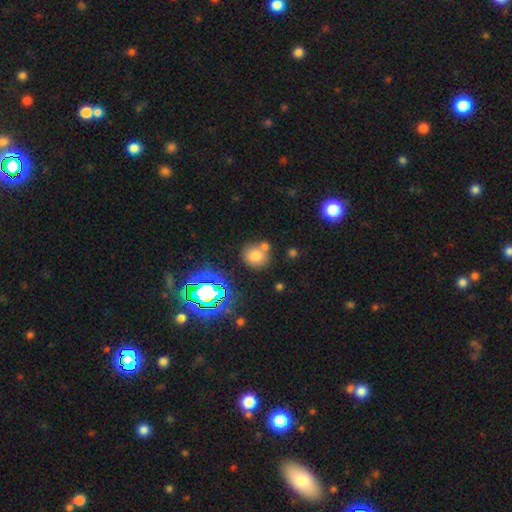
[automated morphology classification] A smooth galaxy with no disk features (73%) that is round (82%). Merging: none (59%).